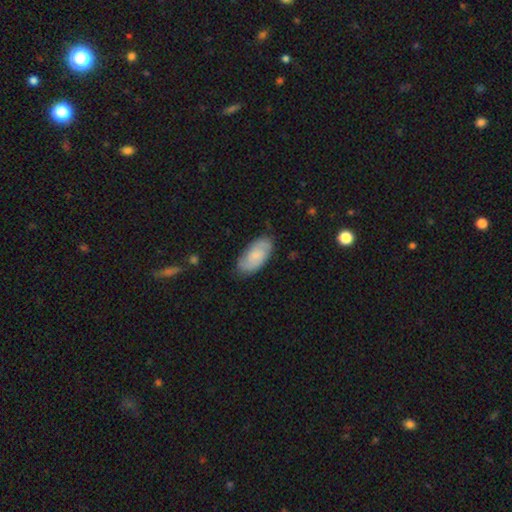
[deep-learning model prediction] Smooth or featured: smooth — 51% (featured or disk — 42%)
How rounded: in between — 92% (cigar-shaped — 6%)
Merging: none — 79% (minor disturbance — 17%)